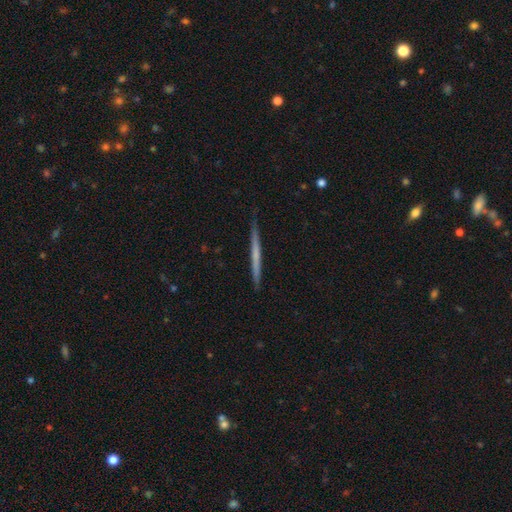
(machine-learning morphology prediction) This appears to be a featured or disk galaxy (50%) viewed edge-on (97%). Merging: none (89%).